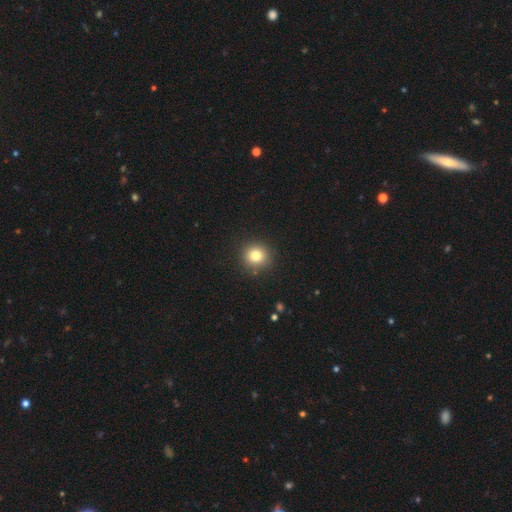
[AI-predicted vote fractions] The model was most divided on "smooth or featured": smooth: 80%, star or artifact: 12%, featured or disk: 8%. More confident: how rounded — round (93%); merging — none (90%).